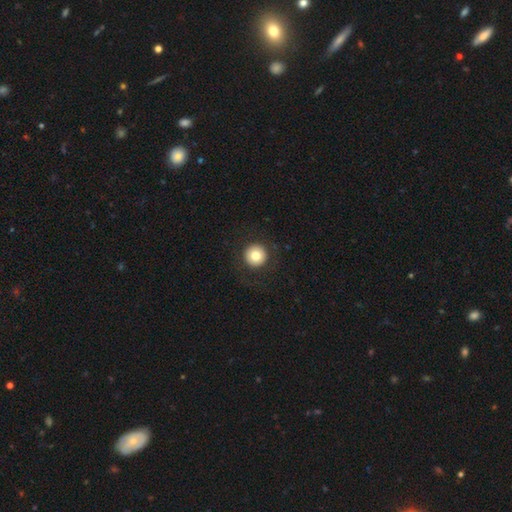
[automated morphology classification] smooth 80%, featured or disk 11%, star or artifact 9%. Down the decision tree: how rounded — round (97%); merging — none (90%).